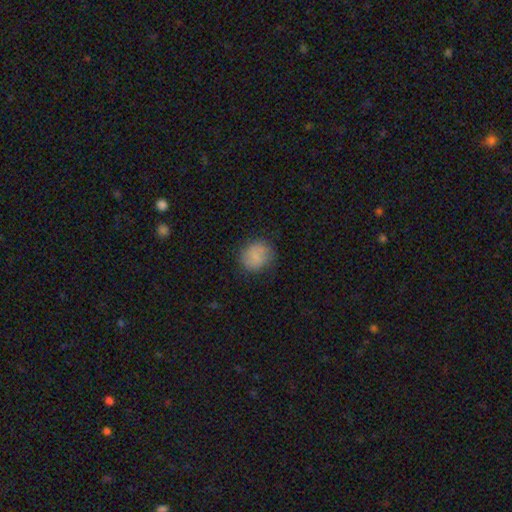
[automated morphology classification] A smooth galaxy with no disk features (79%) that is round (80%).

Vote fractions:
- Smooth or featured? smooth: 79% / featured or disk: 12% / star or artifact: 9%
- How rounded? round: 80% / in between: 19% / cigar-shaped: 1%
- Merging? none: 80% / minor disturbance: 14% / major disturbance: 4% / merger: 2%